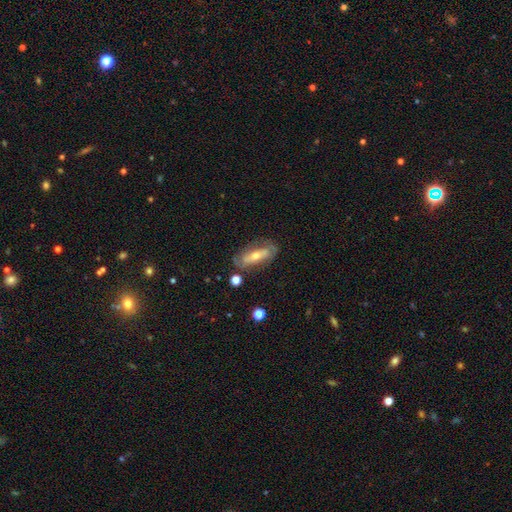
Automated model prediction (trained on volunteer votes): This appears to be a featured or disk galaxy (64%) with no bar (43%), spiral arms (63%) and a moderate central bulge (53%). Merging: none (73%).